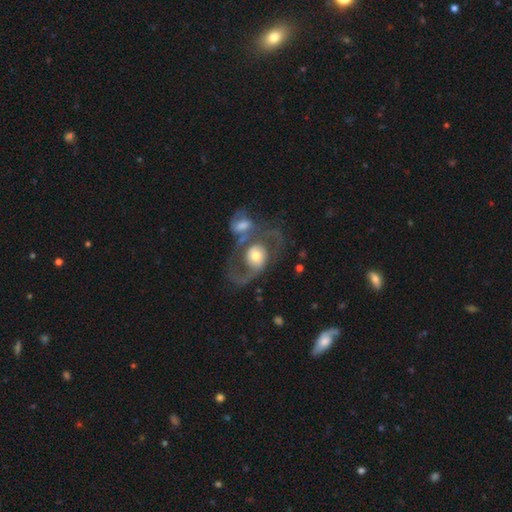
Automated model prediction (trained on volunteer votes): Overall: featured or disk (65%; smooth 29%). Edge-on disk: no (95%). Bar: no (74%). Spiral arms: yes (65%; no 35%). Bulge size: moderate (61%). Merging: merger (46%; none 25%).